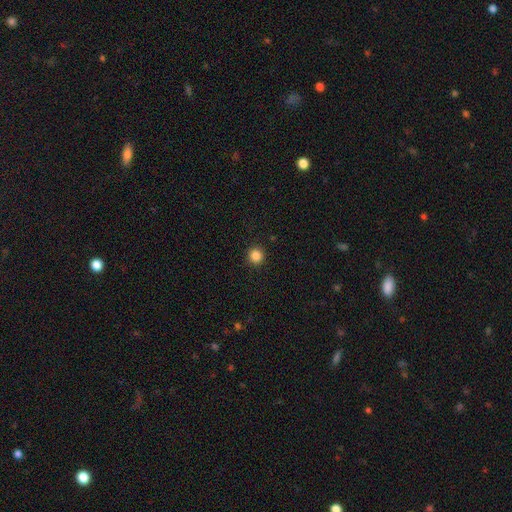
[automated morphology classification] The model was most divided on "smooth or featured": smooth: 86%, star or artifact: 11%, featured or disk: 3%. More confident: how rounded — round (95%); merging — none (92%).